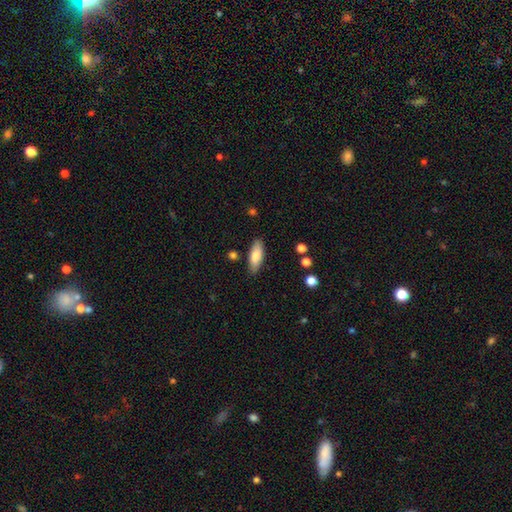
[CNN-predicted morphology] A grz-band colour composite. It shows a smooth galaxy with no disk features (80%) that is in between round and cigar-shaped (70%). Merging: none (84%).